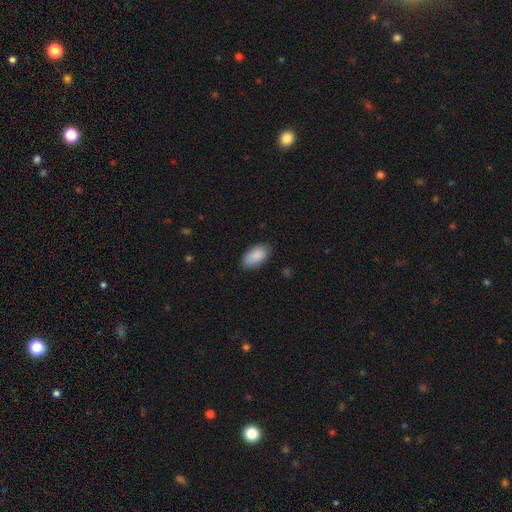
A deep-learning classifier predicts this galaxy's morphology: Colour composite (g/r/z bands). It shows a smooth galaxy with no disk features (89%) that is in between round and cigar-shaped (94%). Merging: none (82%).